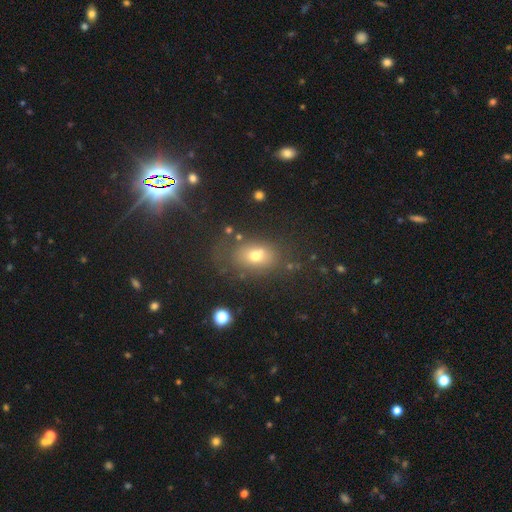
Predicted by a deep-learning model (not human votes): This is likely a smooth galaxy (68%). How rounded: likely in between (71%). Merging: likely none (65%).